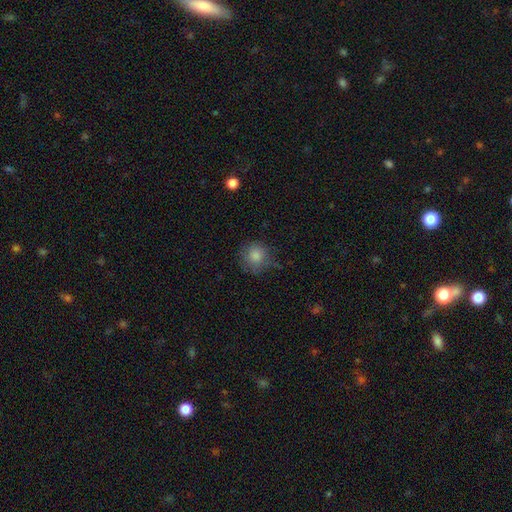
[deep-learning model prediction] Smooth or featured? smooth (83%)
How rounded? round (90%)
Merging? none (66%)